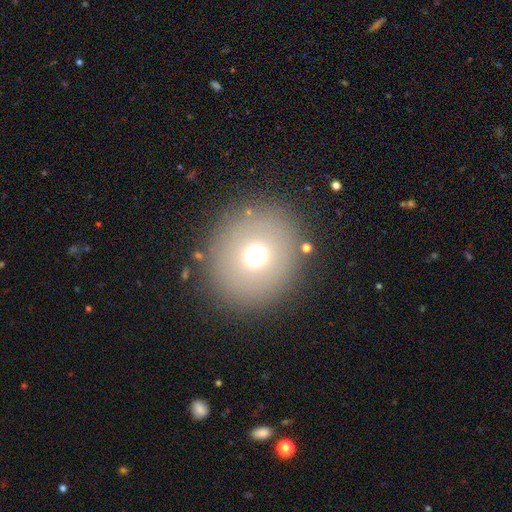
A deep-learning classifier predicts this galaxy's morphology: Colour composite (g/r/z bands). It shows a smooth galaxy with no disk features (66%) that is round (88%). Merging: none (86%).